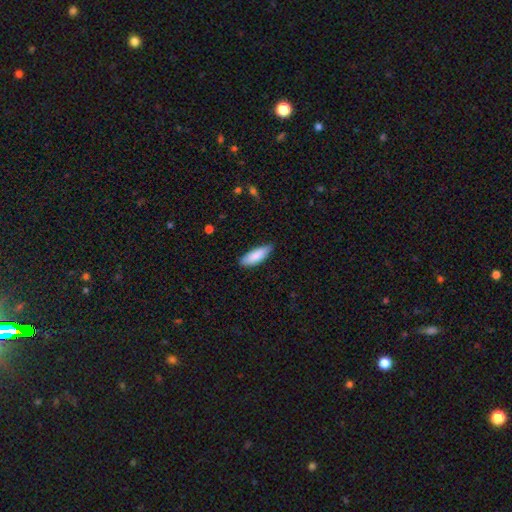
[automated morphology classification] smooth_or_featured: smooth (p=0.87) [alt: featured or disk p=0.07]
how_rounded: in between (p=0.65) [alt: cigar-shaped p=0.33]
merging: none (p=0.80) [alt: minor disturbance p=0.17]